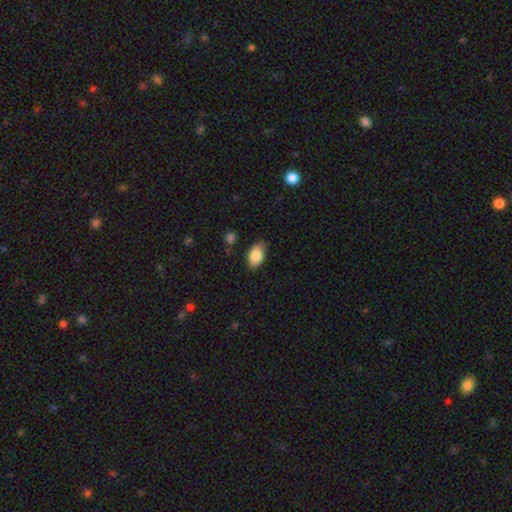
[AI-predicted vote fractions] A smooth galaxy with no disk features (85%) that is in between round and cigar-shaped (92%). Merging: none (75%).